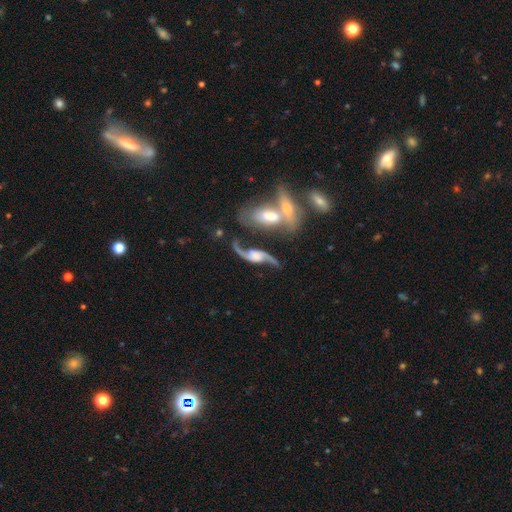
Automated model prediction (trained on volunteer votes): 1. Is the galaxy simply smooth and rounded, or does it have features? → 88% featured or disk, 7% smooth, 5% star or artifact.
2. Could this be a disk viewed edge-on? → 92% no, 8% yes.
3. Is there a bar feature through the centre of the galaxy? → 53% no, 35% weak, 12% strong.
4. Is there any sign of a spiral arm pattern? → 96% yes, 4% no.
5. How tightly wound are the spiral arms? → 86% loose, 11% medium, 3% tight.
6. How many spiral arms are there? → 93% 2, 2% 1, 2% can't tell, 1% 3, 1% 4, 1% more than 4.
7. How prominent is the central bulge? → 34% none, 23% moderate, 23% large, 16% small, 4% dominant.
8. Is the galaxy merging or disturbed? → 55% none, 19% merger, 16% minor disturbance, 10% major disturbance.